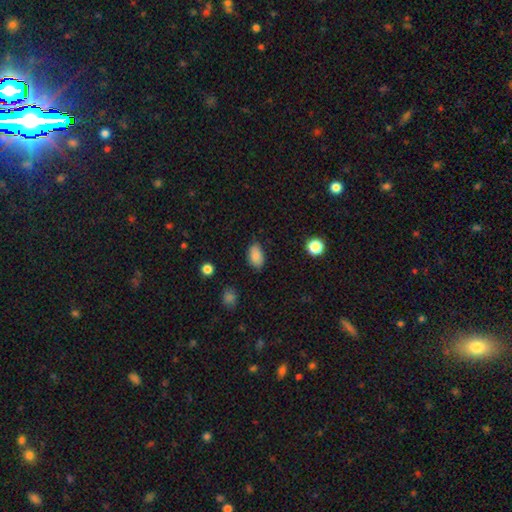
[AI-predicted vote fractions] Q: Smooth or featured?
A: smooth (85%); runner-up: star or artifact (8%)
Q: How rounded?
A: in between (91%); runner-up: round (7%)
Q: Merging?
A: none (79%); runner-up: minor disturbance (17%)